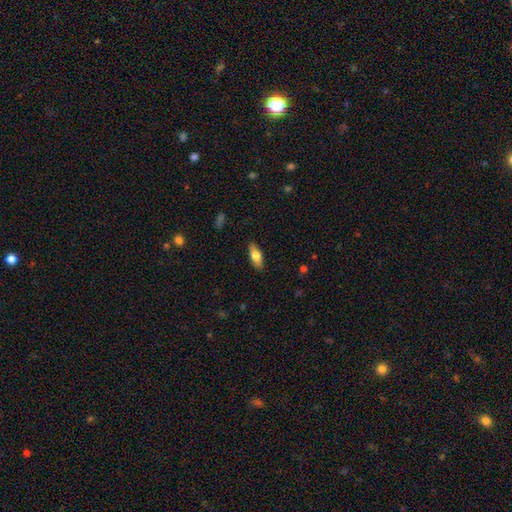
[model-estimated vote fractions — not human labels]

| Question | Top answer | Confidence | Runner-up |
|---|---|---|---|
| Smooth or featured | smooth | 68% | featured or disk (25%) |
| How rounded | in between | 73% | cigar-shaped (24%) |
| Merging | none | 88% | minor disturbance (9%) |